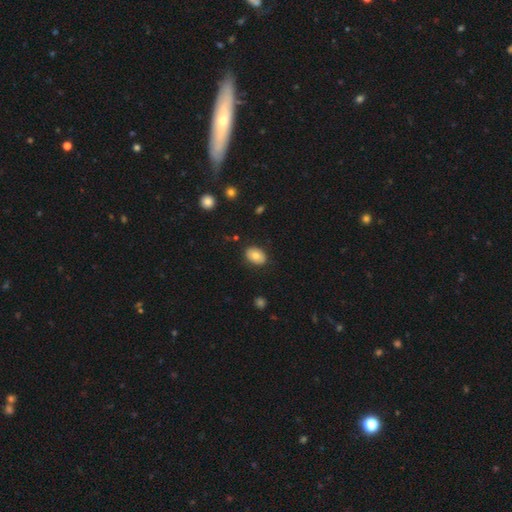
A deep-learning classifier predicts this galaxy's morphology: Smooth or featured?
  - smooth: 77% *
  - featured or disk: 15%
  - star or artifact: 8%
How rounded?
  - in between: 79% *
  - round: 20%
  - cigar-shaped: 1%
Merging?
  - none: 86% *
  - minor disturbance: 11%
  - major disturbance: 3%
  - merger: 1%